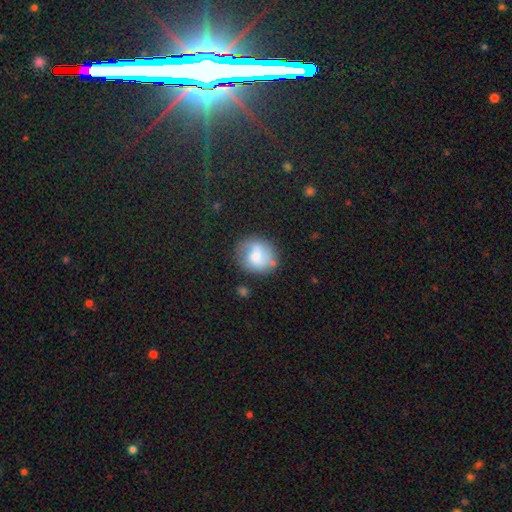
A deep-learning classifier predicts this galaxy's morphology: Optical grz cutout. It shows a smooth galaxy with no disk features (60%) that is round (81%). Merging: none (61%).